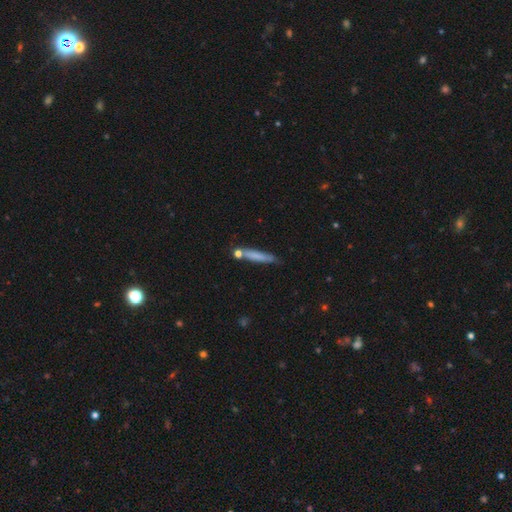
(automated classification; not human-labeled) Morphology: type=smooth (72%); roundness=cigar-shaped (91%); merging=none (69%).